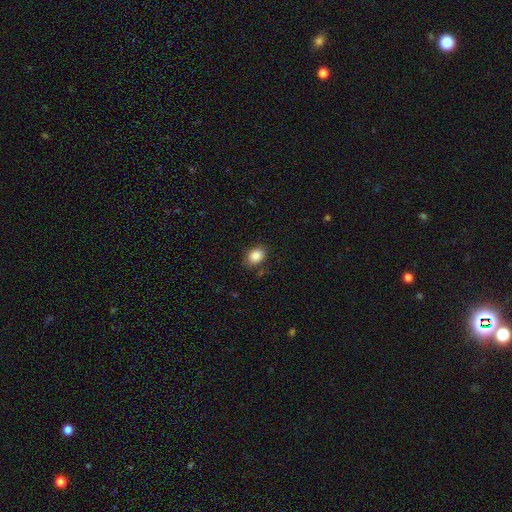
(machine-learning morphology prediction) Smooth or featured?
  - smooth: 87% *
  - star or artifact: 9%
  - featured or disk: 5%
How rounded?
  - in between: 68% *
  - round: 31%
  - cigar-shaped: 1%
Merging?
  - none: 83% *
  - minor disturbance: 12%
  - major disturbance: 3%
  - merger: 2%